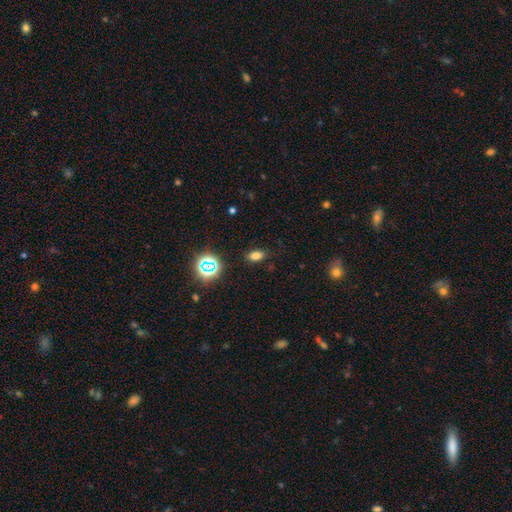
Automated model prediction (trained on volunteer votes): Q: Smooth or featured?
A: smooth (73%); runner-up: star or artifact (20%)
Q: How rounded?
A: in between (84%); runner-up: round (10%)
Q: Merging?
A: none (83%); runner-up: minor disturbance (11%)